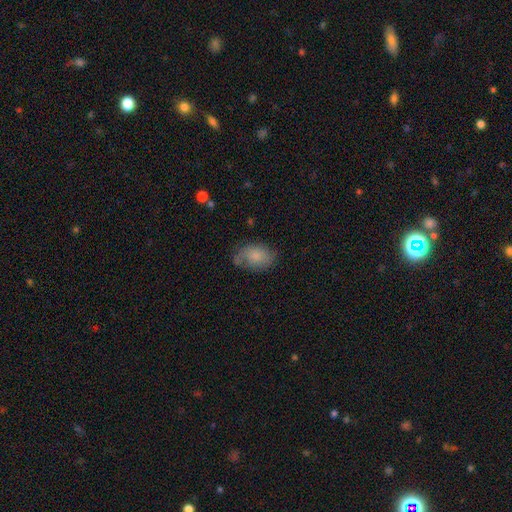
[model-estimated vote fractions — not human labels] Smooth or featured? Predicted: smooth (p=0.70). How rounded? Predicted: in between (p=0.82). Merging? Predicted: none (p=0.59).